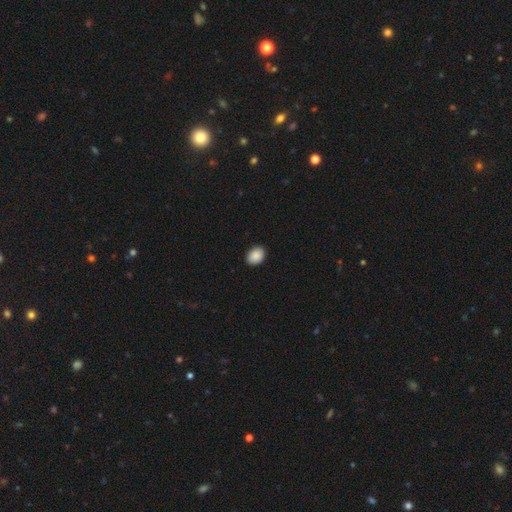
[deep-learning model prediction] A smooth galaxy with no disk features (90%) that is in between round and cigar-shaped (70%). Merging: none (91%).